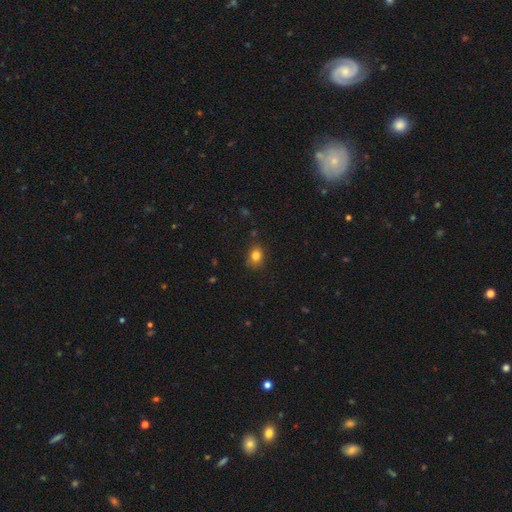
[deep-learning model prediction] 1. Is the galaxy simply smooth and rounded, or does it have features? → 82% smooth, 11% star or artifact, 7% featured or disk.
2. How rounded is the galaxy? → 55% in between, 44% round, 1% cigar-shaped.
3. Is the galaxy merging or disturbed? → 80% none, 15% minor disturbance, 3% major disturbance, 2% merger.